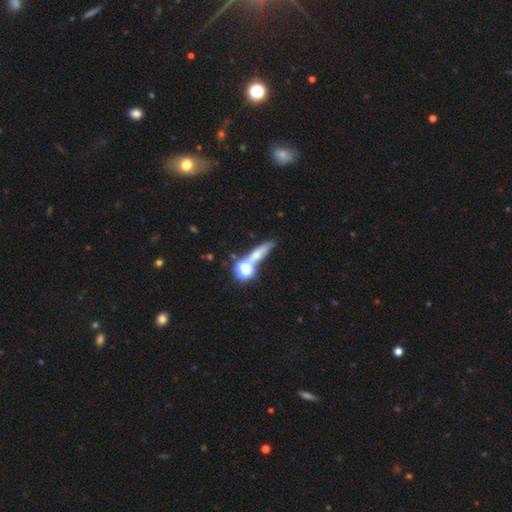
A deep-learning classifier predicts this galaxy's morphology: type=smooth (55%); roundness=cigar-shaped (55%); merging=none (60%).